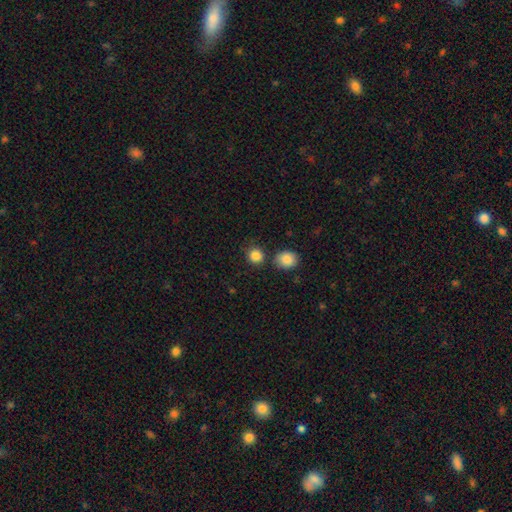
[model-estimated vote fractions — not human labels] Smooth or featured?
  - smooth: 86% *
  - star or artifact: 10%
  - featured or disk: 4%
How rounded?
  - round: 86% *
  - in between: 13%
  - cigar-shaped: 1%
Merging?
  - none: 76% *
  - merger: 12%
  - minor disturbance: 9%
  - major disturbance: 3%